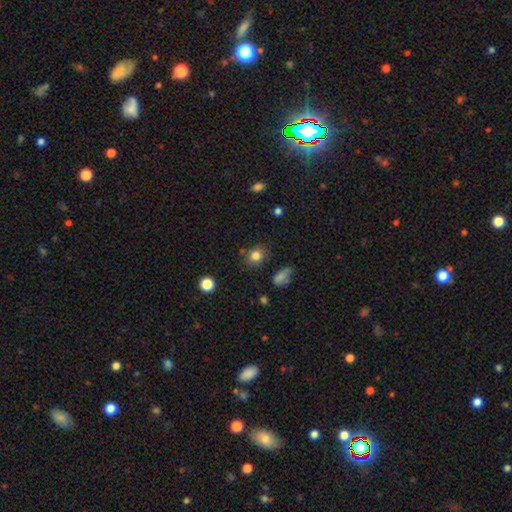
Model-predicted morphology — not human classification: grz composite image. It shows a smooth galaxy with no disk features (82%) that is round (67%). Merging: none (80%).